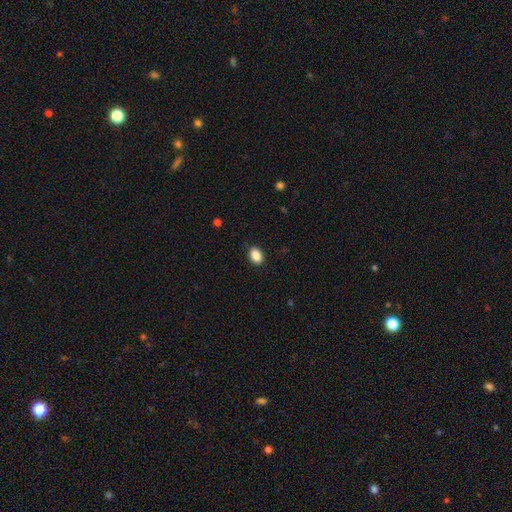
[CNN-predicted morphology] A smooth galaxy with no disk features (89%) that is in between round and cigar-shaped (80%). Merging: none (88%).